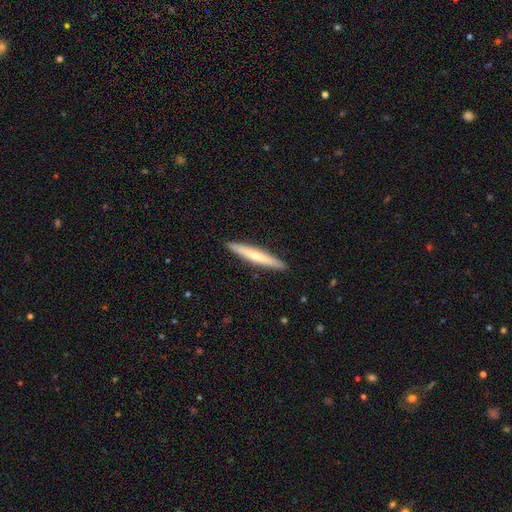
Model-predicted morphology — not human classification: Smooth or featured?
  - smooth: 56% *
  - featured or disk: 38%
  - star or artifact: 5%
How rounded?
  - cigar-shaped: 95% *
  - in between: 4%
  - round: 1%
Merging?
  - none: 92% *
  - minor disturbance: 6%
  - major disturbance: 1%
  - merger: 1%